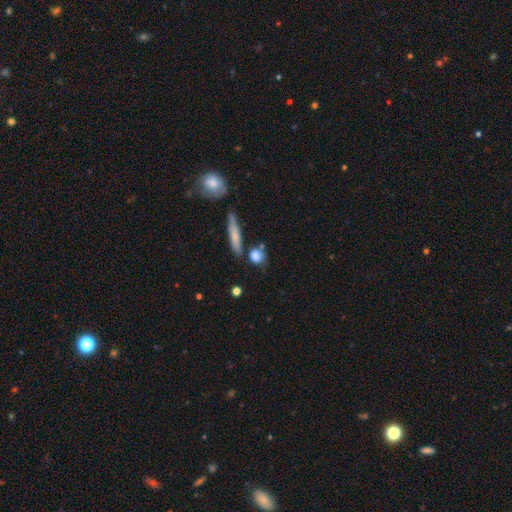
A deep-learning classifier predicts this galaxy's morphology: A smooth galaxy with no disk features (80%) that is round (61%).

Vote fractions:
- Smooth or featured? smooth: 80% / featured or disk: 11% / star or artifact: 8%
- How rounded? round: 61% / in between: 23% / cigar-shaped: 16%
- Merging? none: 66% / minor disturbance: 16% / merger: 13% / major disturbance: 5%